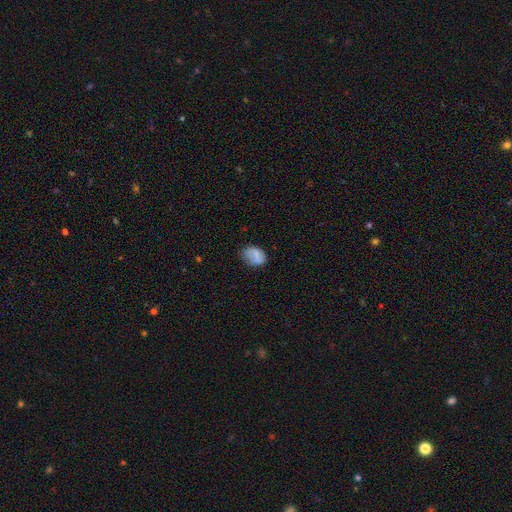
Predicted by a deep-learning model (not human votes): Smooth or featured? smooth (77%)
How rounded? in between (73%)
Merging? none (63%)